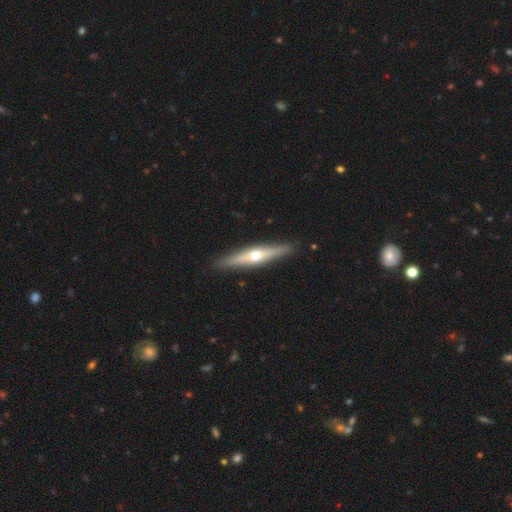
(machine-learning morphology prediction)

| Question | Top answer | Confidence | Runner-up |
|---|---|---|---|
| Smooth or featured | featured or disk | 68% | smooth (27%) |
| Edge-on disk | yes | 95% | no (5%) |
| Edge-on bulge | rounded | 92% | none (5%) |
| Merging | none | 91% | minor disturbance (7%) |